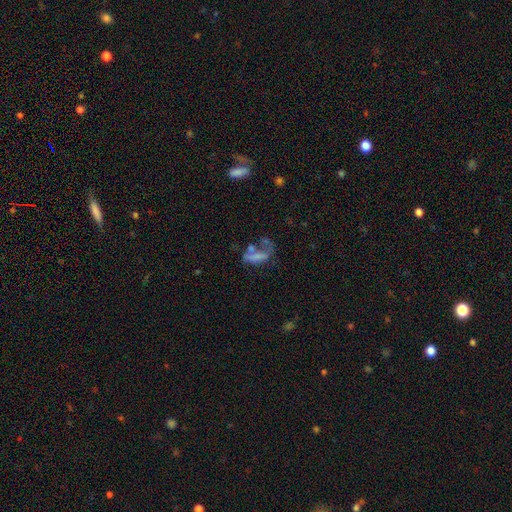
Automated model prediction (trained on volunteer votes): smooth_or_featured: smooth (p=0.51) [alt: featured or disk p=0.35]
how_rounded: in between (p=0.76) [alt: cigar-shaped p=0.17]
merging: major disturbance (p=0.40) [alt: merger p=0.26]